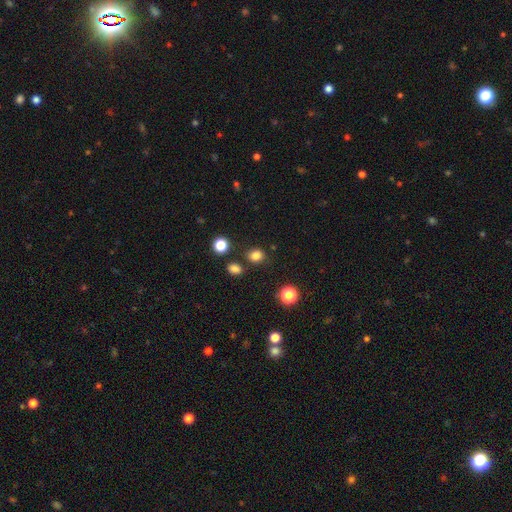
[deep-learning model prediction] smooth 82%, star or artifact 14%, featured or disk 4%. Down the decision tree: how rounded — round (66%); merging — none (80%).